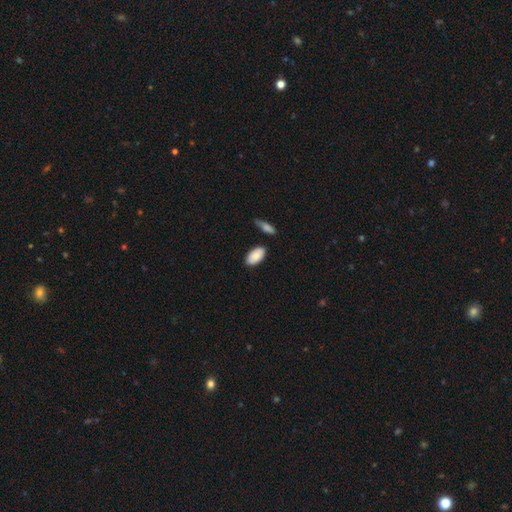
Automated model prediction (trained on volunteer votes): Q: Smooth or featured?
A: smooth (83%); runner-up: featured or disk (11%)
Q: How rounded?
A: in between (94%); runner-up: cigar-shaped (3%)
Q: Merging?
A: none (79%); runner-up: minor disturbance (13%)